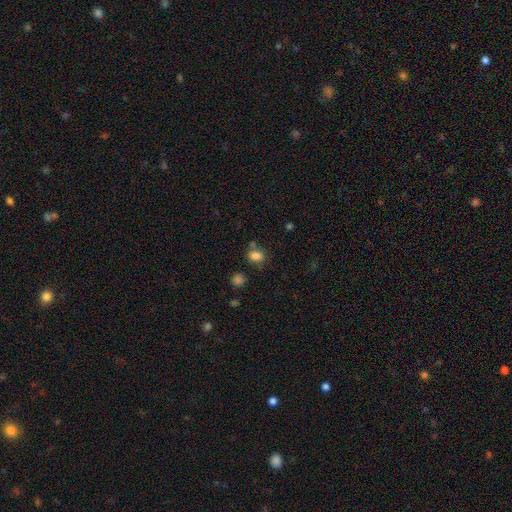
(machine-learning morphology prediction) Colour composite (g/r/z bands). It shows a smooth galaxy with no disk features (81%) that is in between round and cigar-shaped (68%). Merging: none (63%).